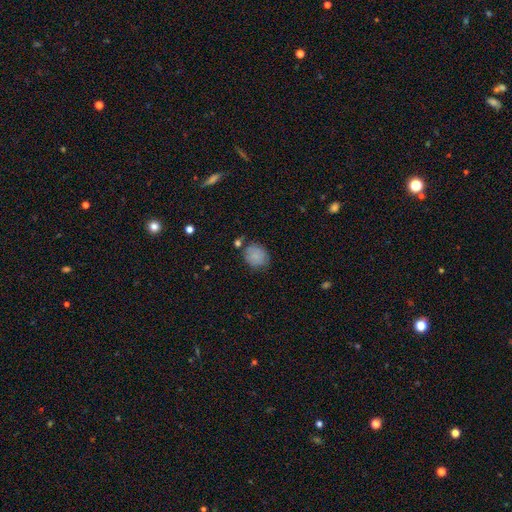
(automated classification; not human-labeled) smooth 81%, featured or disk 10%, star or artifact 9%. Down the decision tree: how rounded — round (66%); merging — none (66%).